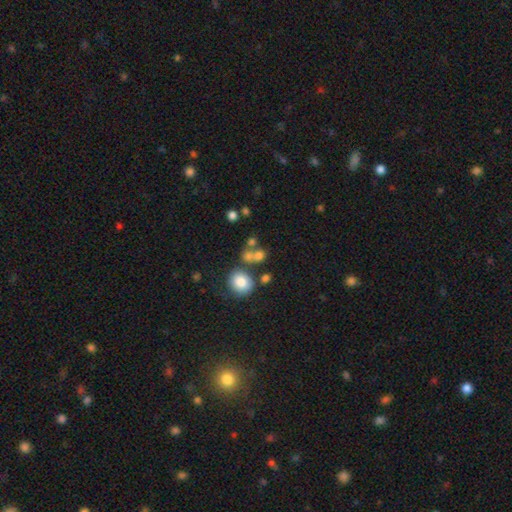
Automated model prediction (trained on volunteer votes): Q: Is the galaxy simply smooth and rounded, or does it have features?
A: smooth — 71%.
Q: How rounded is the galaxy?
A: round — 71%.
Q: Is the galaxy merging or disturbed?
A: none — 43%.